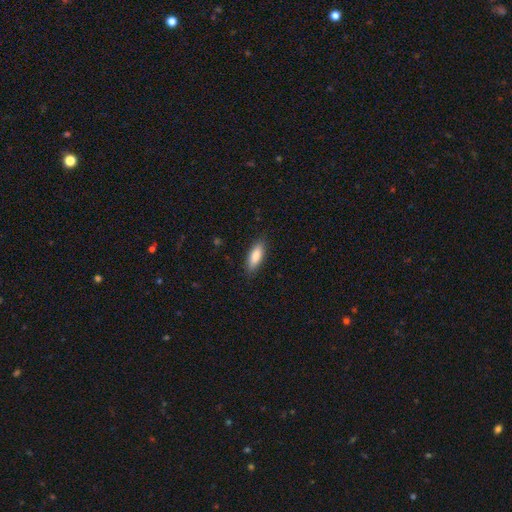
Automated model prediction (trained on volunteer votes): Smooth or featured?
  - smooth: 84% *
  - featured or disk: 10%
  - star or artifact: 6%
How rounded?
  - in between: 63% *
  - cigar-shaped: 35%
  - round: 2%
Merging?
  - none: 85% *
  - minor disturbance: 11%
  - major disturbance: 2%
  - merger: 1%